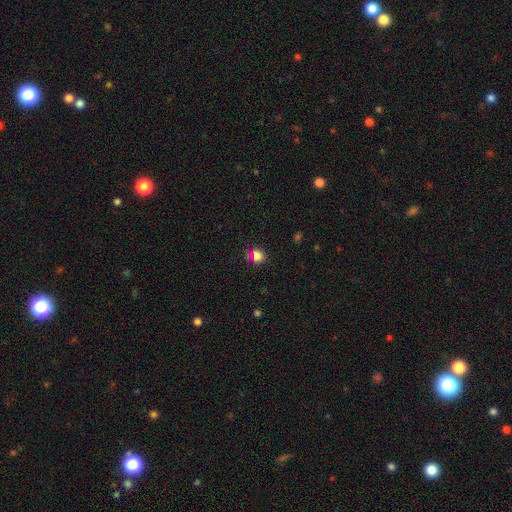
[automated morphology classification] A smooth galaxy with no disk features (76%) that is round (73%). Merging: none (72%).